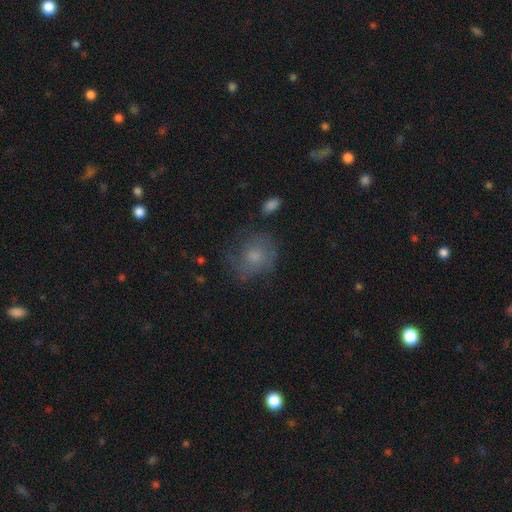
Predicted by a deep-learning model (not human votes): This is likely a smooth galaxy (61%). How rounded: likely round (72%). Merging: possibly none (54%).